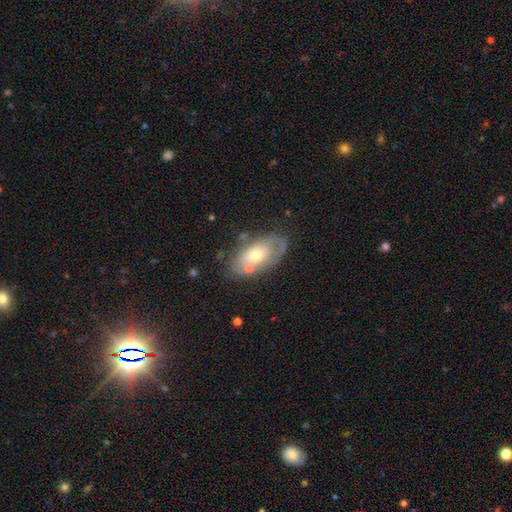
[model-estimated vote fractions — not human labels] The model was most divided on "smooth or featured": featured or disk: 47%, smooth: 46%, star or artifact: 7%. More confident: merging — none (59%).